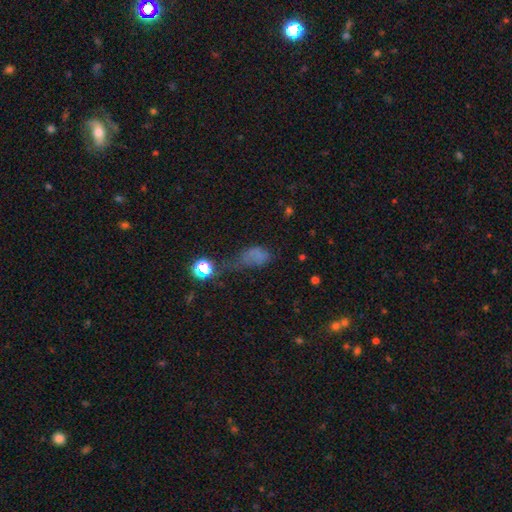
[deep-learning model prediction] Q: Smooth or featured?
A: smooth (59%); runner-up: star or artifact (25%)
Q: How rounded?
A: in between (76%); runner-up: round (19%)
Q: Merging?
A: major disturbance (44%); runner-up: none (24%)